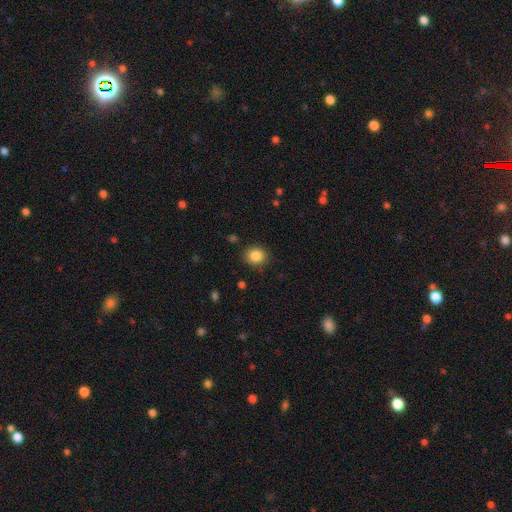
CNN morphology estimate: Smooth or featured: smooth — 85% (star or artifact — 10%)
How rounded: round — 76% (in between — 23%)
Merging: none — 86% (minor disturbance — 10%)